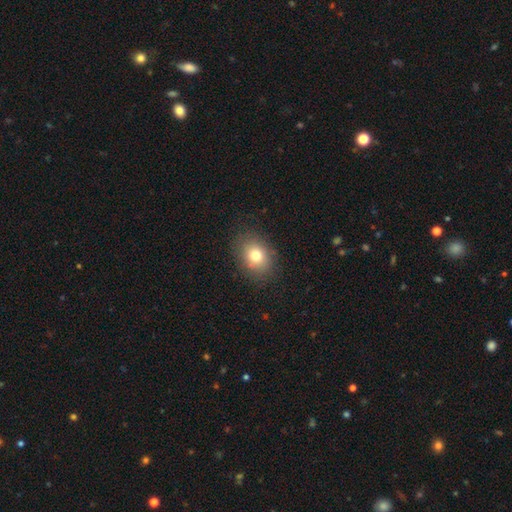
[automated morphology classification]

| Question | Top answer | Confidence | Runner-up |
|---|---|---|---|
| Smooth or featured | smooth | 77% | star or artifact (12%) |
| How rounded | in between | 56% | round (43%) |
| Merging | none | 85% | minor disturbance (10%) |